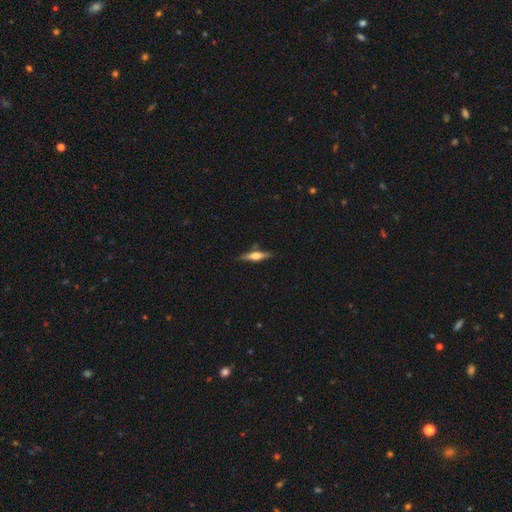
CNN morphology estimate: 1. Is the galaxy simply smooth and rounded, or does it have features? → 53% featured or disk, 40% smooth, 6% star or artifact.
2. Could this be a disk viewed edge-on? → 95% yes, 5% no.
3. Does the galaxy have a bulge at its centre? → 81% rounded, 14% boxy, 5% none.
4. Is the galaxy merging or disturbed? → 81% none, 13% minor disturbance, 3% merger, 3% major disturbance.